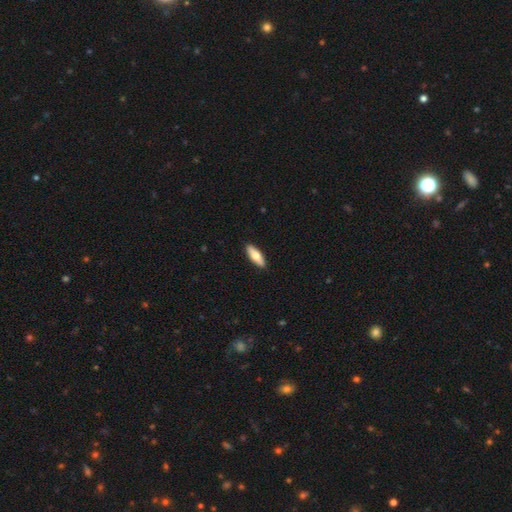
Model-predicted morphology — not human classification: Q: Smooth or featured?
A: smooth (66%); runner-up: featured or disk (29%)
Q: How rounded?
A: in between (56%); runner-up: cigar-shaped (41%)
Q: Merging?
A: none (91%); runner-up: minor disturbance (7%)